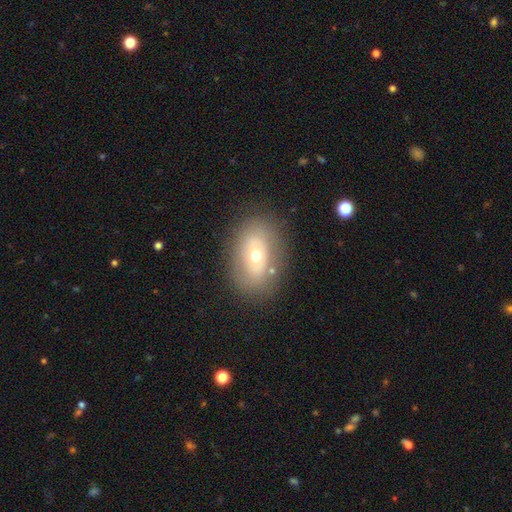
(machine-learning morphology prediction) This appears to be a smooth galaxy with no disk features (55%) that is in between round and cigar-shaped (78%). Merging: none (77%).